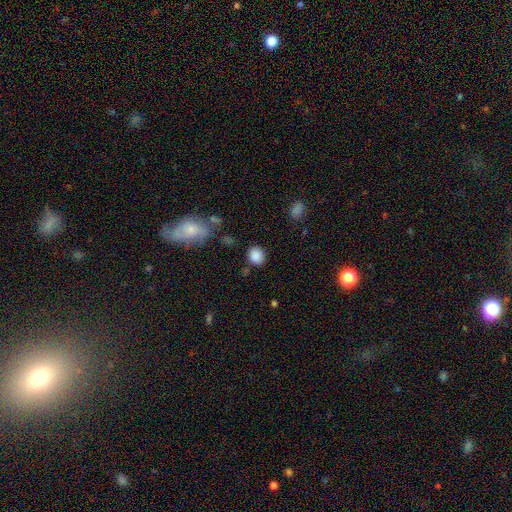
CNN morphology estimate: Q: Smooth or featured?
A: smooth (87%); runner-up: star or artifact (9%)
Q: How rounded?
A: round (68%); runner-up: in between (31%)
Q: Merging?
A: none (81%); runner-up: minor disturbance (11%)